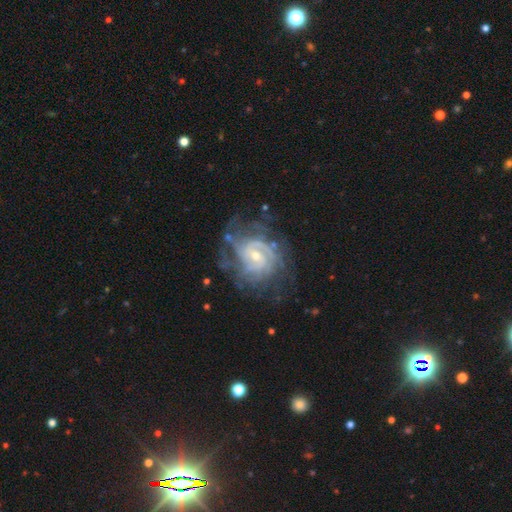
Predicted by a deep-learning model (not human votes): Smooth or featured? featured or disk (87%)
Edge-on disk? no (97%)
Bar? no (56%)
Spiral arms? yes (95%)
Spiral winding? tight (66%)
Spiral arm count? can't tell (35%)
Bulge size? small (62%)
Merging? none (65%)